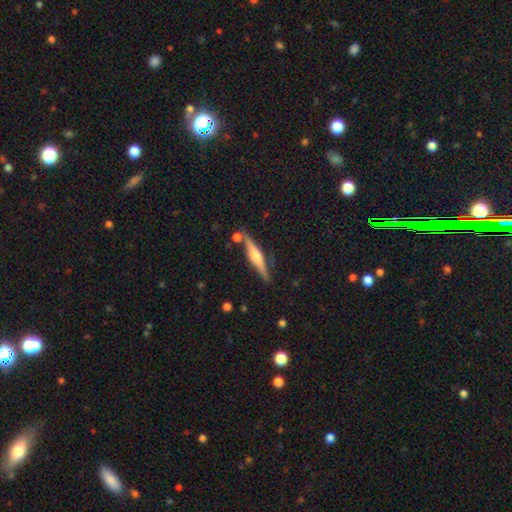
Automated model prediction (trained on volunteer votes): Smooth or featured?
  - featured or disk: 70% *
  - smooth: 24%
  - star or artifact: 7%
Edge-on disk?
  - yes: 97% *
  - no: 3%
Edge-on bulge?
  - rounded: 75% *
  - boxy: 18%
  - none: 7%
Merging?
  - none: 82% *
  - minor disturbance: 11%
  - merger: 5%
  - major disturbance: 3%